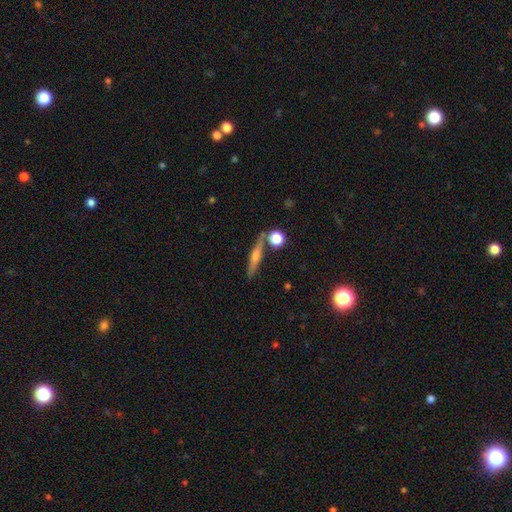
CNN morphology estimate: Smooth or featured? featured or disk (56%)
Edge-on disk? yes (94%)
Edge-on bulge? rounded (75%)
Merging? none (78%)